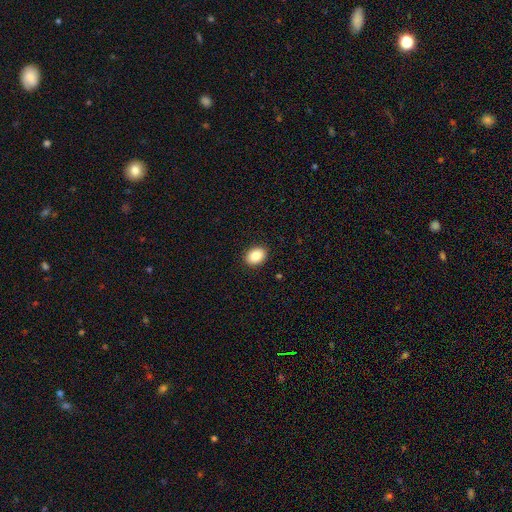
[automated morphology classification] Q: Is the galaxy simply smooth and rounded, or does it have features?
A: smooth — 87%.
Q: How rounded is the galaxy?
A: in between — 70%.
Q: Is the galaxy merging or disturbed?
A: none — 91%.